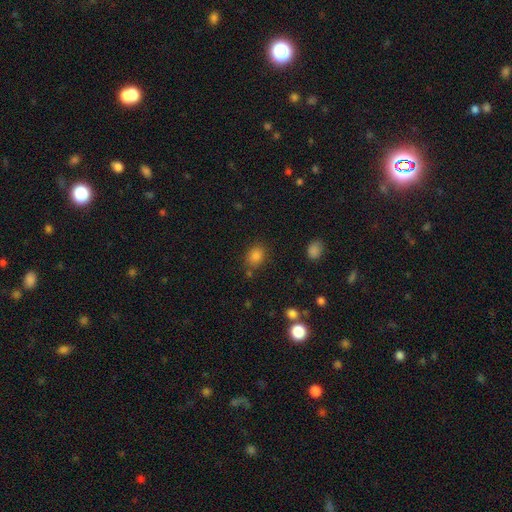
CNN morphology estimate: Smooth or featured? smooth (83%)
How rounded? in between (58%)
Merging? none (76%)